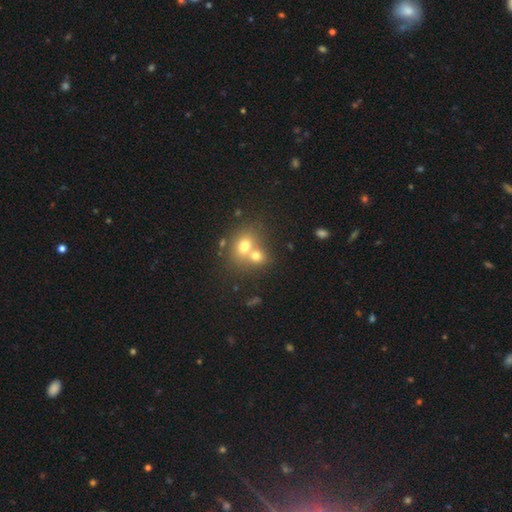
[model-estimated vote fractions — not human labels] Smooth or featured?
  - smooth: 70% *
  - featured or disk: 17%
  - star or artifact: 13%
How rounded?
  - round: 61% *
  - in between: 38%
  - cigar-shaped: 1%
Merging?
  - merger: 61% *
  - none: 29%
  - minor disturbance: 7%
  - major disturbance: 3%